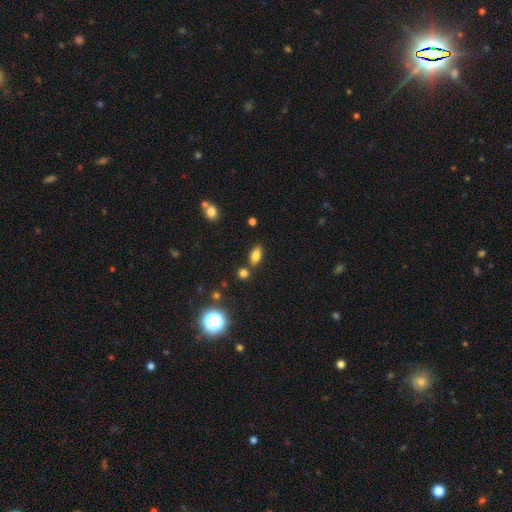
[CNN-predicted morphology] smooth 80%, star or artifact 12%, featured or disk 8%. Down the decision tree: how rounded — in between (86%); merging — none (76%).